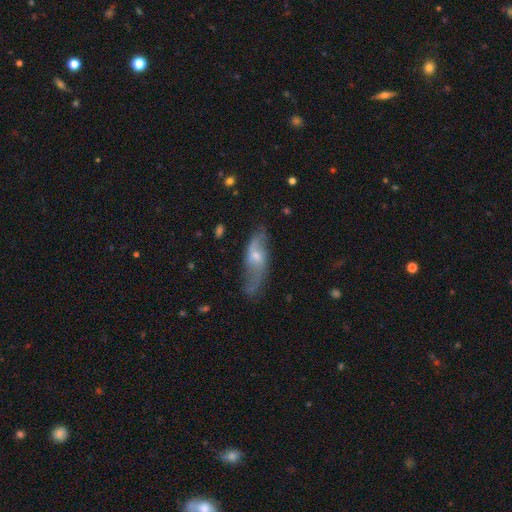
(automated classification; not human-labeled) Smooth or featured? featured or disk (67%)
Edge-on disk? no (79%)
Bar? no (51%)
Spiral arms? yes (81%)
Bulge size? small (51%)
Merging? none (59%)